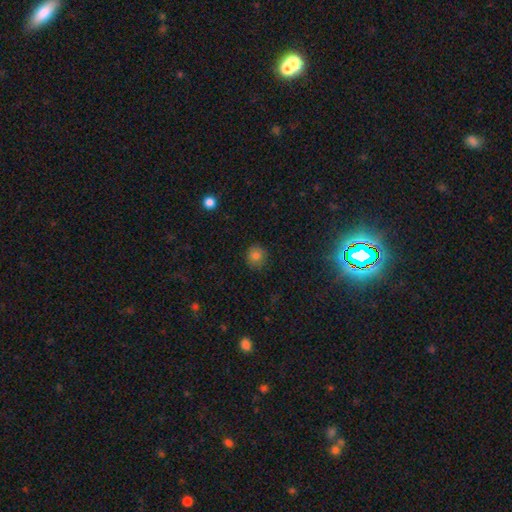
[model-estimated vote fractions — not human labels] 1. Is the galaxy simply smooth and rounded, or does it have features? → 81% smooth, 13% star or artifact, 6% featured or disk.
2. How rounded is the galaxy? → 91% round, 8% in between, 1% cigar-shaped.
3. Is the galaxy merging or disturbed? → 88% none, 9% minor disturbance, 2% major disturbance, 1% merger.